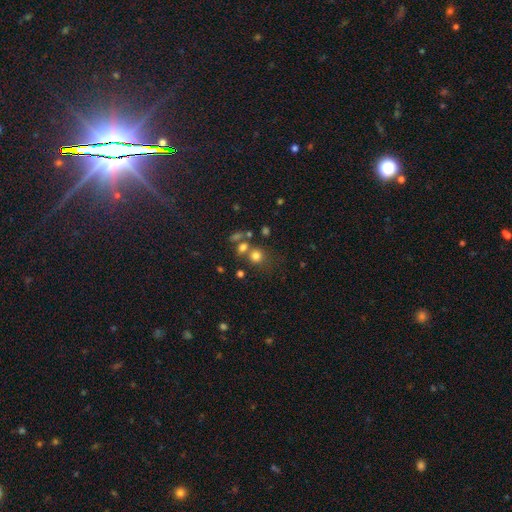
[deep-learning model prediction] A smooth galaxy with no disk features (74%) that is round (82%). Merging: none (56%).